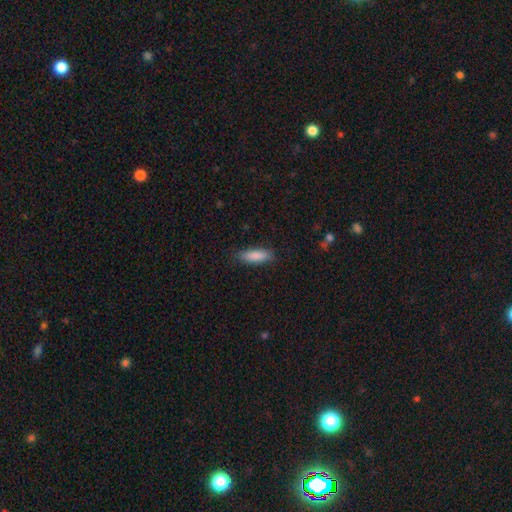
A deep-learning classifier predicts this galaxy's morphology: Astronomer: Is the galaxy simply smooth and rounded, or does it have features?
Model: smooth — 87%.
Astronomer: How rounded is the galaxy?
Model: in between — 56% (runner-up: cigar-shaped, 42%).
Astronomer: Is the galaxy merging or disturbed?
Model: none — 84%.